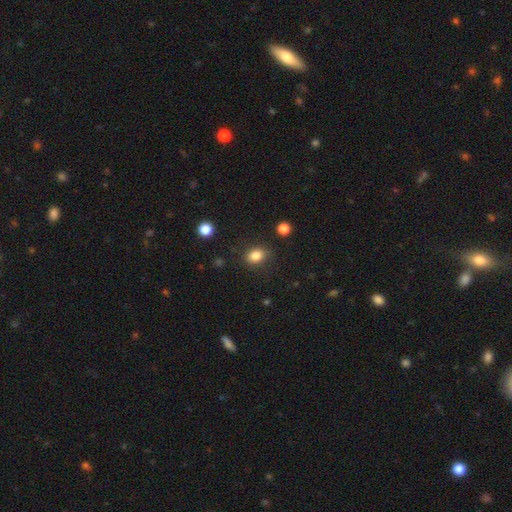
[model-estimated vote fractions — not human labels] This is clearly a smooth galaxy (84%). How rounded: possibly in between (59%). Merging: clearly none (84%).